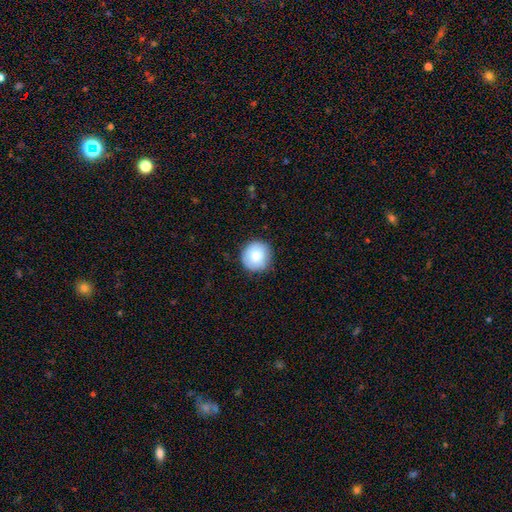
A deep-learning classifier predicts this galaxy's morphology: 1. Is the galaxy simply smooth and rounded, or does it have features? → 79% smooth, 14% featured or disk, 7% star or artifact.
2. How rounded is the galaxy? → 94% round, 5% in between, 1% cigar-shaped.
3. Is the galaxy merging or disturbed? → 84% none, 13% minor disturbance, 3% major disturbance, 1% merger.